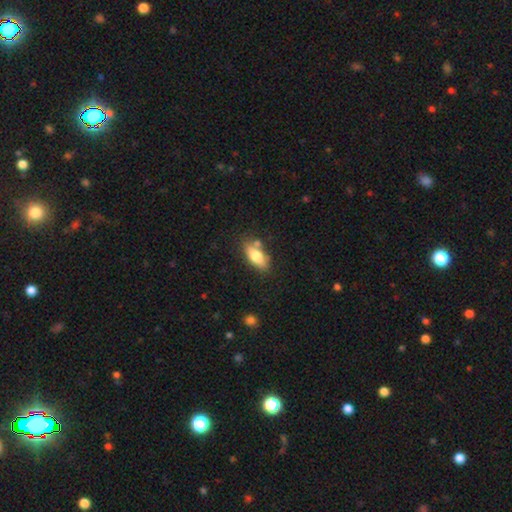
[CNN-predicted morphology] Smooth or featured? smooth (72%)
How rounded? in between (79%)
Merging? none (70%)